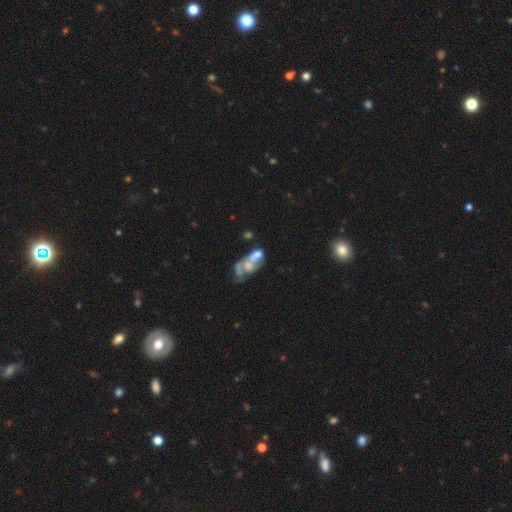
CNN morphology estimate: Smooth or featured? Predicted: featured or disk (p=0.56). Edge-on disk? Predicted: no (p=0.96). Bar? Predicted: no (p=0.90). Spiral arms? Predicted: no (p=0.89). Bulge size? Predicted: none (p=0.47). Merging? Predicted: merger (p=0.49).